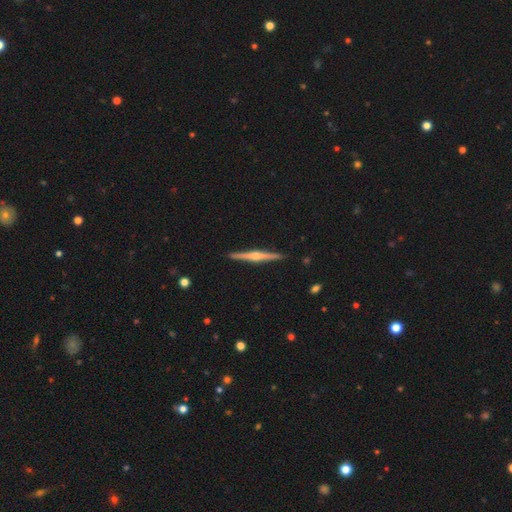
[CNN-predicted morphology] type=featured or disk (81%); edge-on=yes (99%); edge-on bulge=rounded (87%); merging=none (93%).